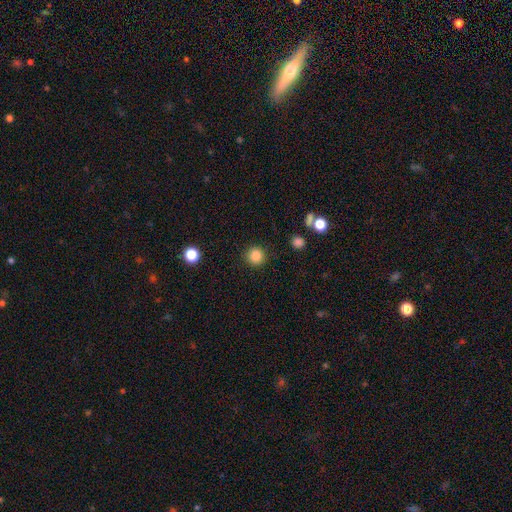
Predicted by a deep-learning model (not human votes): Smooth or featured: smooth — 85% (star or artifact — 11%)
How rounded: round — 94% (in between — 5%)
Merging: none — 91% (minor disturbance — 6%)